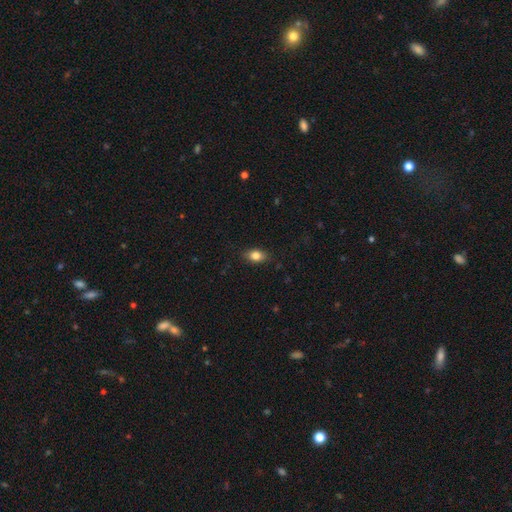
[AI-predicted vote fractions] Smooth or featured: smooth — 82% (featured or disk — 10%)
How rounded: in between — 81% (round — 15%)
Merging: none — 85% (minor disturbance — 11%)